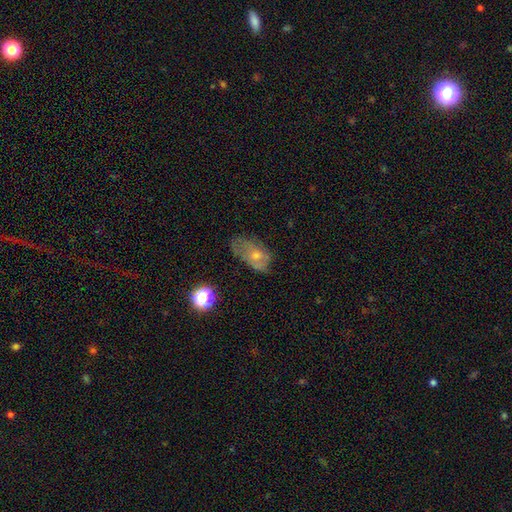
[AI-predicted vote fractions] Smooth or featured? Predicted: smooth (p=0.47). Merging? Predicted: none (p=0.49).